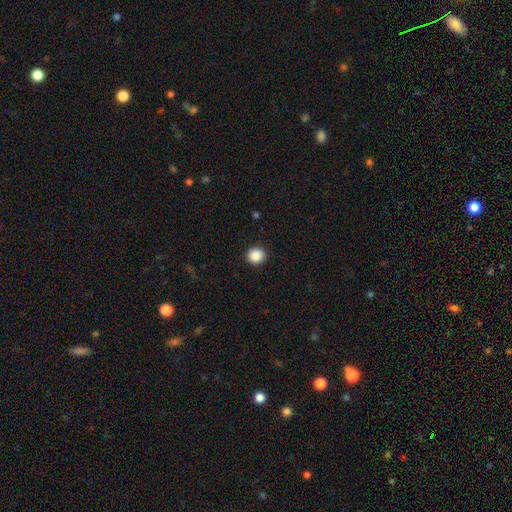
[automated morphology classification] smooth 88%, star or artifact 9%, featured or disk 3%. Down the decision tree: how rounded — round (90%); merging — none (92%).